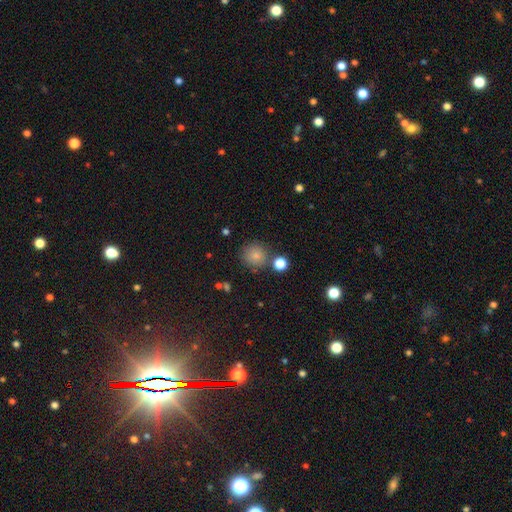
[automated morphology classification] Q: Smooth or featured?
A: smooth (81%); runner-up: star or artifact (13%)
Q: How rounded?
A: round (90%); runner-up: in between (9%)
Q: Merging?
A: none (77%); runner-up: minor disturbance (10%)